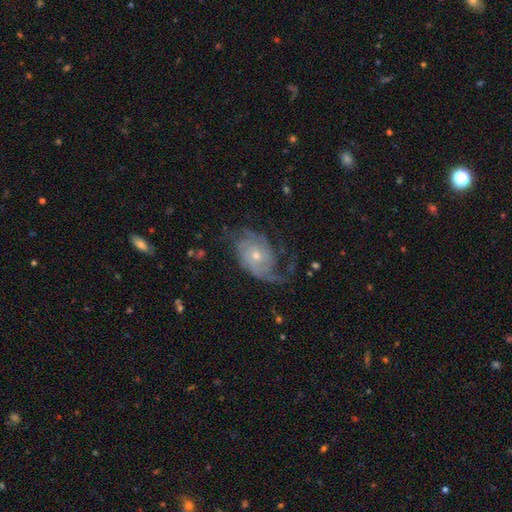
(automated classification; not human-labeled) Smooth or featured? Predicted: featured or disk (p=0.82). Edge-on disk? Predicted: no (p=0.96). Bar? Predicted: no (p=0.76). Spiral arms? Predicted: yes (p=0.93). Spiral winding? Predicted: medium (p=0.37, tied with tight). Spiral arm count? Predicted: 2 (p=0.44). Bulge size? Predicted: small (p=0.58). Merging? Predicted: none (p=0.57).